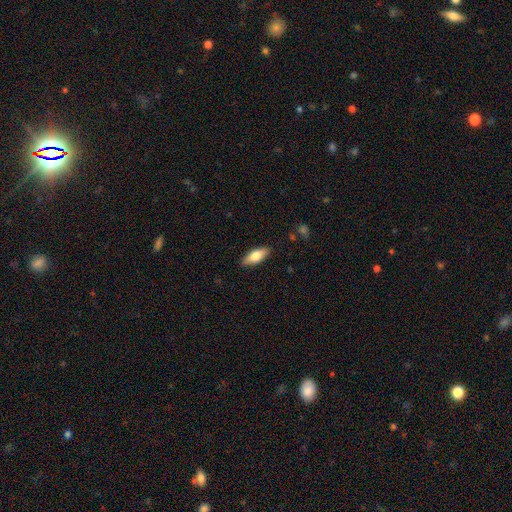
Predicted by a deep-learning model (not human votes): This appears to be a smooth galaxy with no disk features (73%) that is in between round and cigar-shaped (72%). Merging: none (87%).